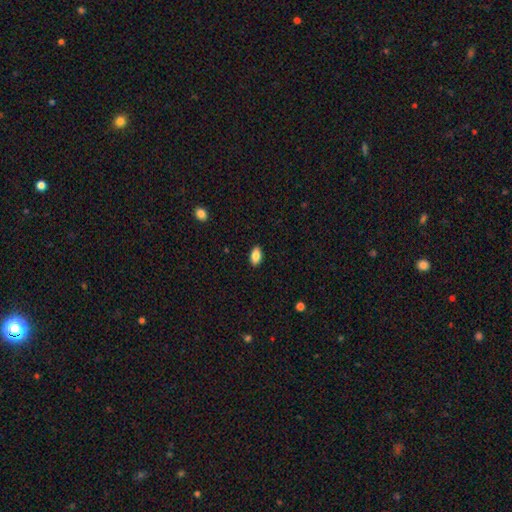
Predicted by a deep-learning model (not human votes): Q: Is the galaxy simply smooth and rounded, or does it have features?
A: smooth — 85%.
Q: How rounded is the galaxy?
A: in between — 91%.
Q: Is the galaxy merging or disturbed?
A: none — 89%.